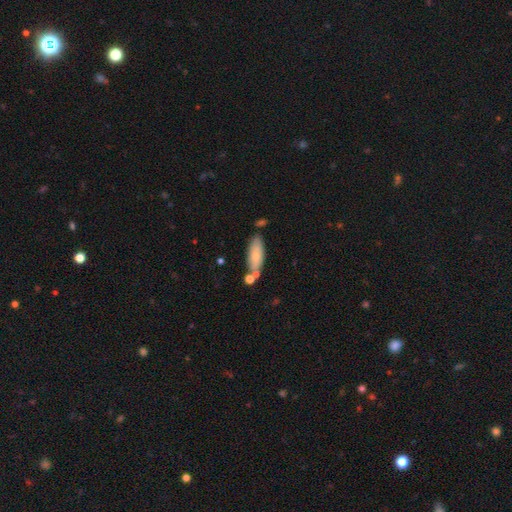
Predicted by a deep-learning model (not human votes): smooth 73%, featured or disk 20%, star or artifact 7%. Down the decision tree: how rounded — in between (71%); merging — none (67%).